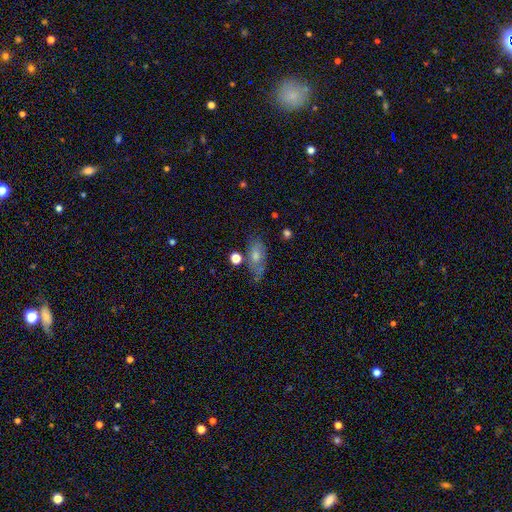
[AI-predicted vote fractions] Overall: smooth (64%; featured or disk 26%). How rounded: in between (82%). Merging: none (54%; minor disturbance 26%).